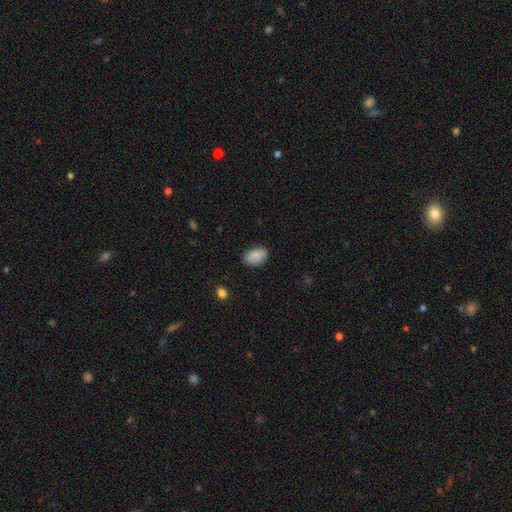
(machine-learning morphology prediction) type=smooth (88%); roundness=in between (91%); merging=none (81%).